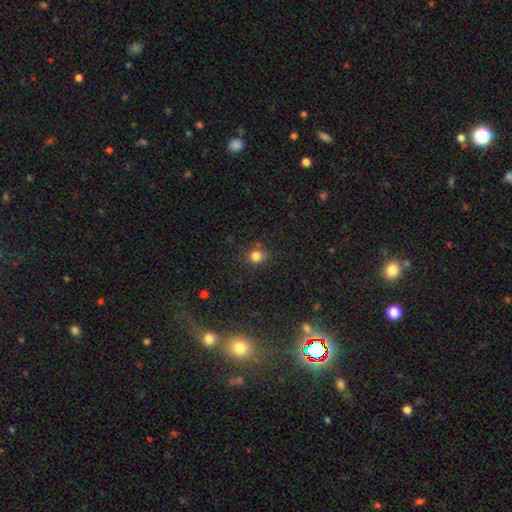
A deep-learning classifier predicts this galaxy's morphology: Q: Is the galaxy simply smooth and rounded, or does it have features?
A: smooth — 80%.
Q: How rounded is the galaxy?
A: round — 76%.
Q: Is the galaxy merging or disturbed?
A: none — 79%.